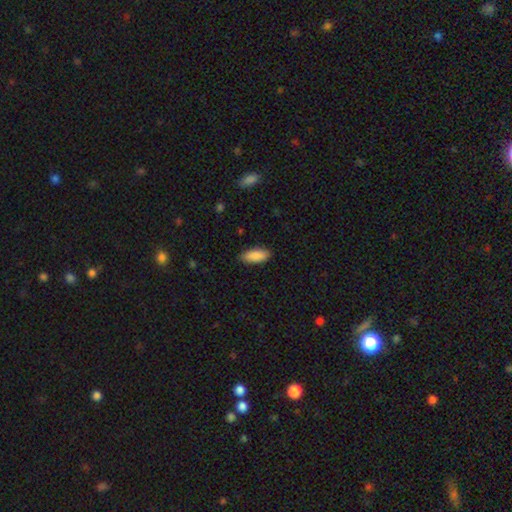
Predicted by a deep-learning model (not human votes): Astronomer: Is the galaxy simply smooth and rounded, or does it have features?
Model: smooth — 89%.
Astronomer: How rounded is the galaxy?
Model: in between — 85%.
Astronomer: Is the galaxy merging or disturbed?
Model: none — 85%.